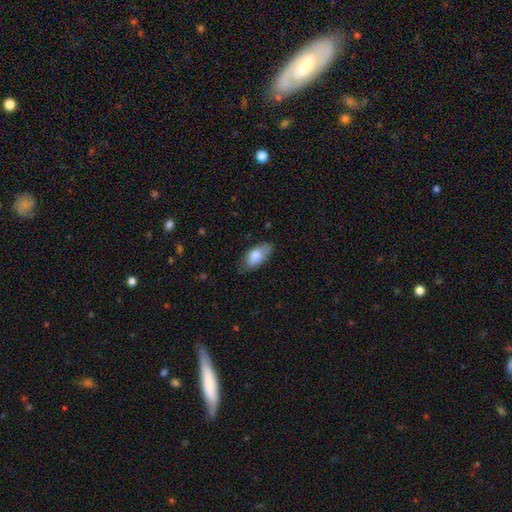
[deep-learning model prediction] Q: Smooth or featured?
A: smooth (81%); runner-up: featured or disk (13%)
Q: How rounded?
A: in between (90%); runner-up: cigar-shaped (8%)
Q: Merging?
A: none (72%); runner-up: minor disturbance (22%)